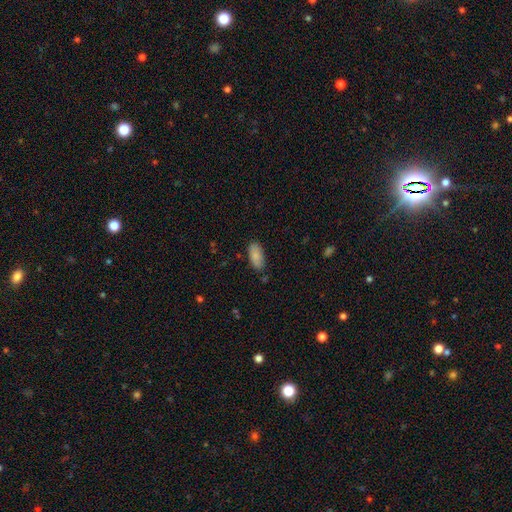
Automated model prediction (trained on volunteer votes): This is clearly a smooth galaxy (85%). How rounded: clearly in between (89%). Merging: likely none (80%).